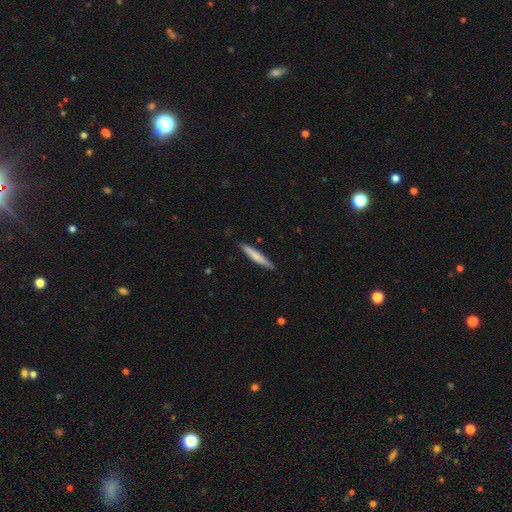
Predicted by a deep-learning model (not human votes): A smooth galaxy with no disk features (70%) that is cigar-shaped (94%).

Vote fractions:
- Smooth or featured? smooth: 70% / featured or disk: 25% / star or artifact: 5%
- How rounded? cigar-shaped: 94% / in between: 5% / round: 1%
- Merging? none: 89% / minor disturbance: 8% / major disturbance: 1% / merger: 1%